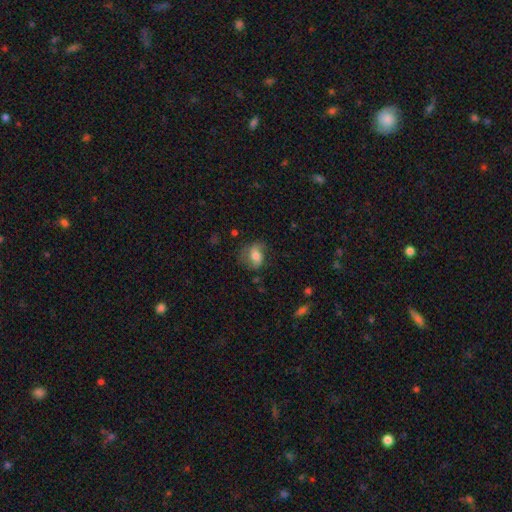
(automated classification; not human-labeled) This appears to be a smooth galaxy with no disk features (65%) that is in between round and cigar-shaped (67%). Merging: none (60%).